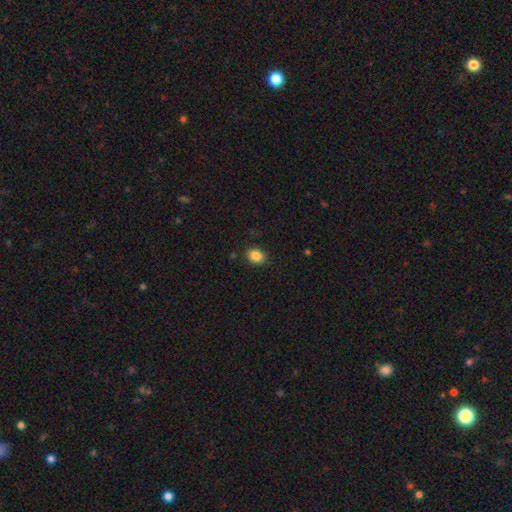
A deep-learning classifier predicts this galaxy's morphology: Q: Smooth or featured?
A: smooth (86%); runner-up: star or artifact (10%)
Q: How rounded?
A: in between (55%); runner-up: round (44%)
Q: Merging?
A: none (88%); runner-up: minor disturbance (9%)